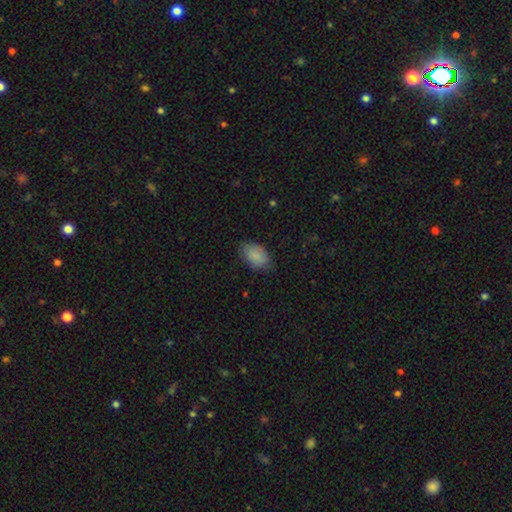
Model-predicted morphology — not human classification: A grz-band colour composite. It shows a smooth galaxy with no disk features (86%) that is in between round and cigar-shaped (90%). Merging: none (73%).